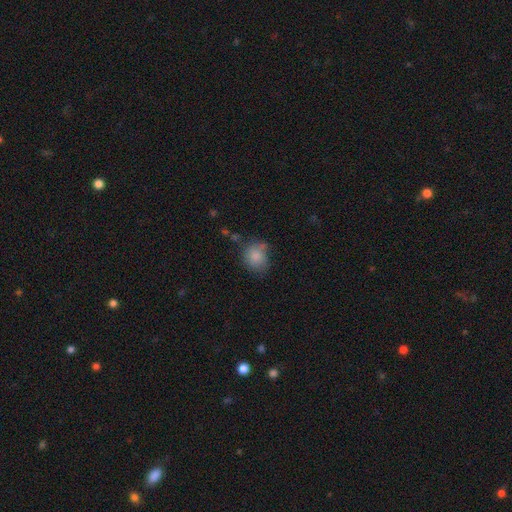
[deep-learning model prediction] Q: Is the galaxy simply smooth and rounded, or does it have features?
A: smooth — 83%.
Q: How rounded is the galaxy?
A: round — 67%.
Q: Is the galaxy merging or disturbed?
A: none — 59%.